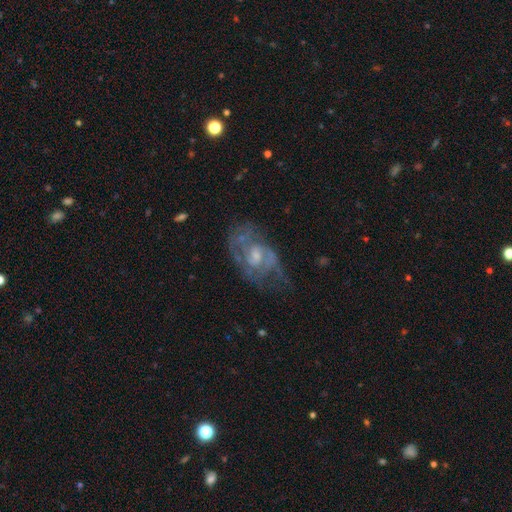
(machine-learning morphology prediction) Smooth or featured?
  - featured or disk: 76% *
  - smooth: 15%
  - star or artifact: 9%
Edge-on disk?
  - no: 96% *
  - yes: 4%
Bar?
  - no: 54% *
  - weak: 40%
  - strong: 6%
Spiral arms?
  - yes: 76% *
  - no: 24%
Spiral winding?
  - medium: 46% *
  - tight: 33%
  - loose: 22%
Spiral arm count?
  - 2: 49% *
  - can't tell: 33%
  - 3: 7%
  - 1: 6%
  - 4: 3%
  - more than 4: 2%
Bulge size?
  - small: 49% *
  - moderate: 39%
  - none: 8%
  - large: 3%
  - dominant: 1%
Merging?
  - none: 50% *
  - major disturbance: 24%
  - minor disturbance: 23%
  - merger: 3%